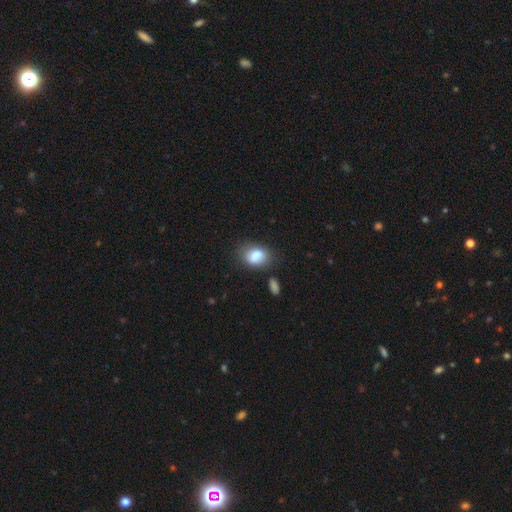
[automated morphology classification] Smooth or featured? smooth (81%)
How rounded? in between (79%)
Merging? none (61%)